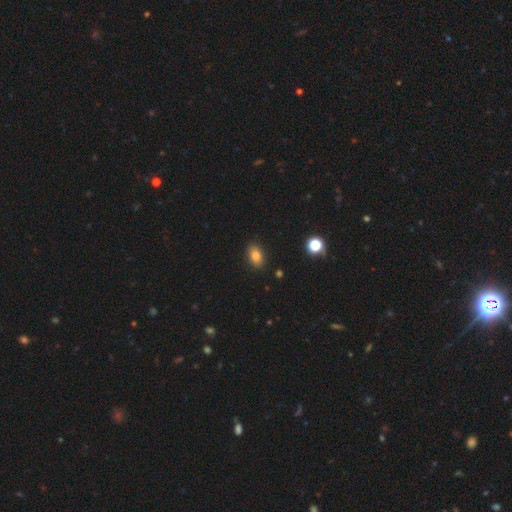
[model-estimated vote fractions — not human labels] Morphology: type=smooth (83%); roundness=in between (86%); merging=none (88%).